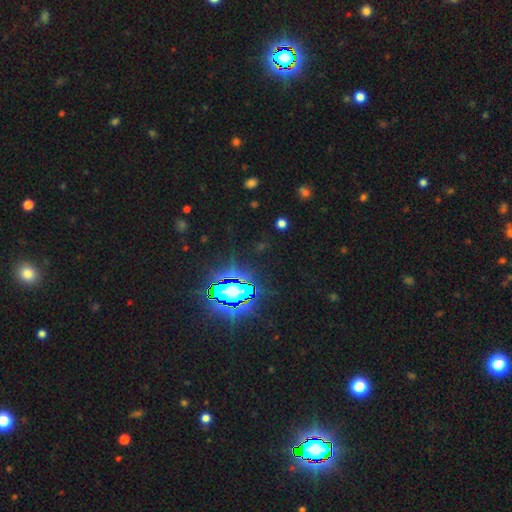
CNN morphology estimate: smooth_or_featured: star or artifact (p=0.83) [alt: smooth p=0.10]